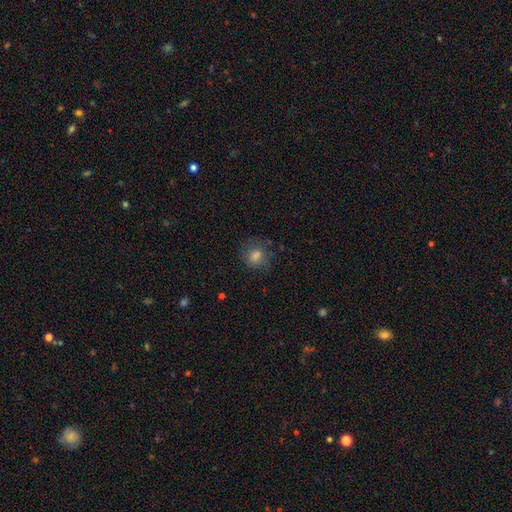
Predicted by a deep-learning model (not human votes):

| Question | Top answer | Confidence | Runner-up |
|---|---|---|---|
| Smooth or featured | smooth | 70% | star or artifact (16%) |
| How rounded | round | 78% | in between (21%) |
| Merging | none | 74% | minor disturbance (17%) |